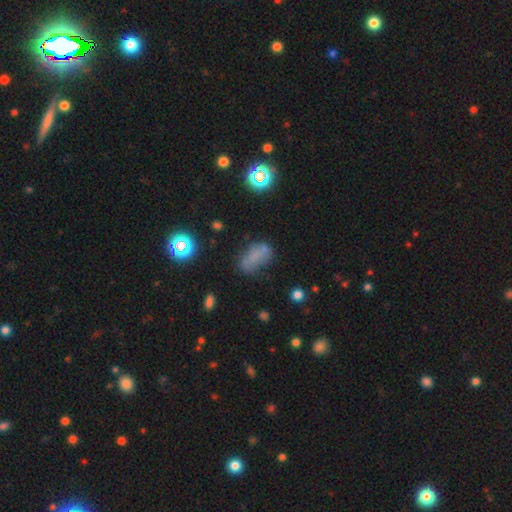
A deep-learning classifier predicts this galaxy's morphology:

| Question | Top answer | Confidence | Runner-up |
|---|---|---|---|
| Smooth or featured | smooth | 60% | featured or disk (21%) |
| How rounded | in between | 85% | round (9%) |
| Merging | none | 43% | minor disturbance (28%) |